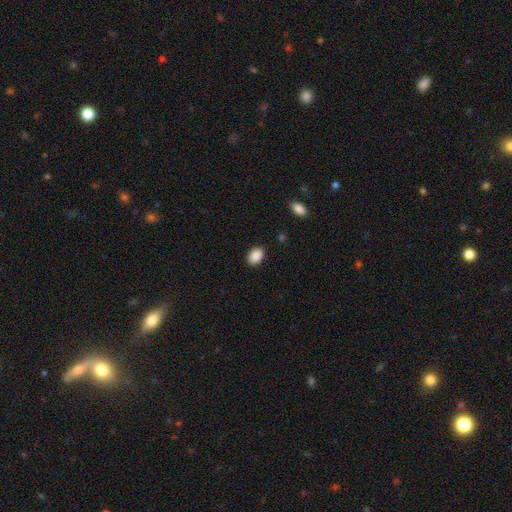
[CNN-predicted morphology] The model was most divided on "how rounded": in between: 80%, round: 19%, cigar-shaped: 1%. More confident: smooth or featured — smooth (90%); merging — none (88%).